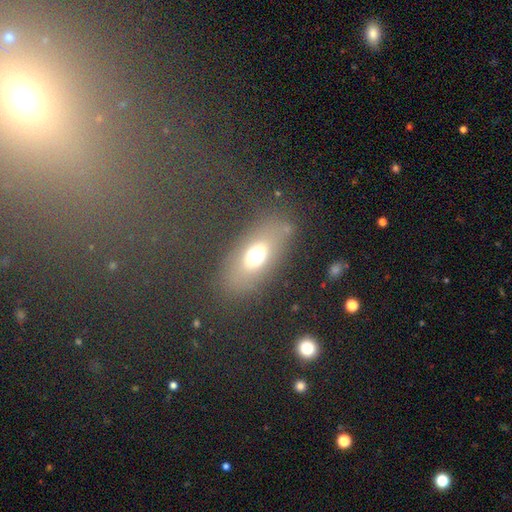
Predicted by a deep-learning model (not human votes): smooth-or-featured: smooth: 62% | featured or disk: 24% | star or artifact: 15%
  how-rounded: in between: 78% | round: 13% | cigar-shaped: 9%
  merging: none: 73% | minor disturbance: 13% | major disturbance: 12% | merger: 3%